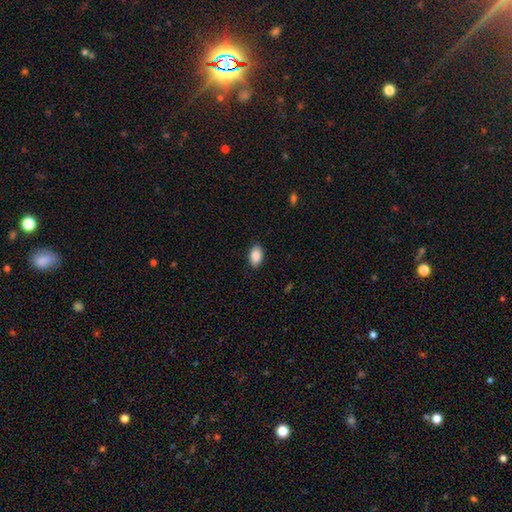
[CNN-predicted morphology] smooth 90%, star or artifact 7%, featured or disk 4%. Down the decision tree: how rounded — in between (92%); merging — none (88%).